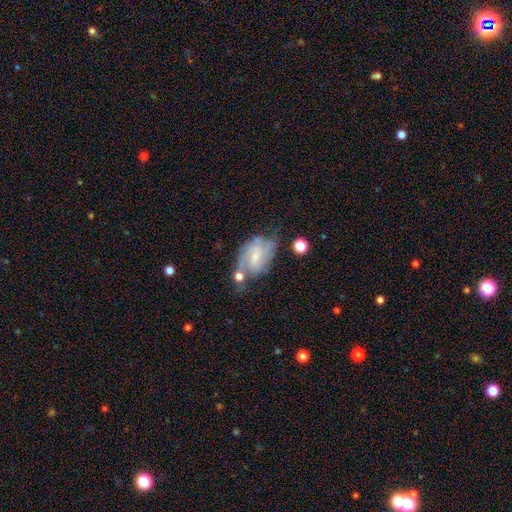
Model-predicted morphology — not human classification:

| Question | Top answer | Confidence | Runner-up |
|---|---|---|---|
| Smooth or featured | featured or disk | 62% | smooth (30%) |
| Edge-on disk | no | 96% | yes (4%) |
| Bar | weak | 48% | no (40%) |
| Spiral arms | yes | 78% | no (22%) |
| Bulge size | small | 49% | moderate (29%) |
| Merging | none | 39% | minor disturbance (27%) |